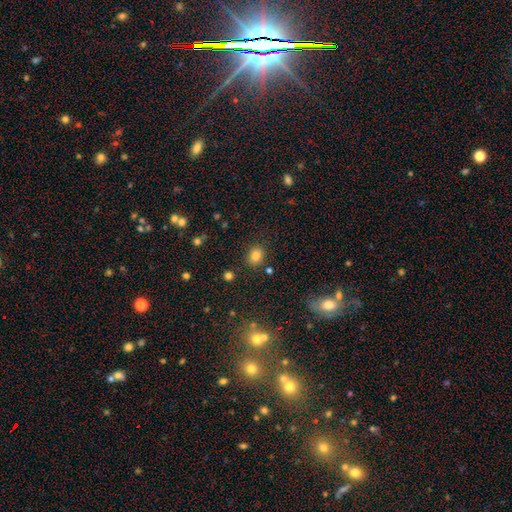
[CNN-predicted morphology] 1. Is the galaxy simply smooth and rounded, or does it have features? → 81% smooth, 13% star or artifact, 6% featured or disk.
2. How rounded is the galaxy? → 69% round, 30% in between, 1% cigar-shaped.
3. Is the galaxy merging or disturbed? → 84% none, 9% minor disturbance, 4% merger, 3% major disturbance.